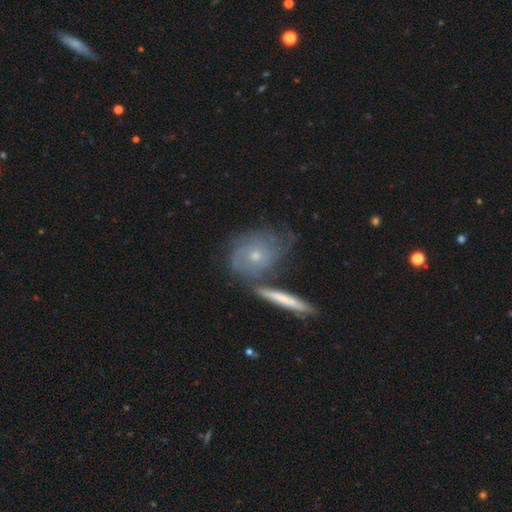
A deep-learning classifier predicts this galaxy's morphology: Smooth or featured: featured or disk — 72% (smooth — 20%)
Edge-on disk: no — 87% (yes — 13%)
Bar: no — 77% (weak — 18%)
Spiral arms: yes — 86% (no — 14%)
Spiral winding: tight — 67% (medium — 25%)
Spiral arm count: can't tell — 53% (2 — 18%)
Bulge size: small — 58% (moderate — 37%)
Merging: none — 58% (minor disturbance — 19%)